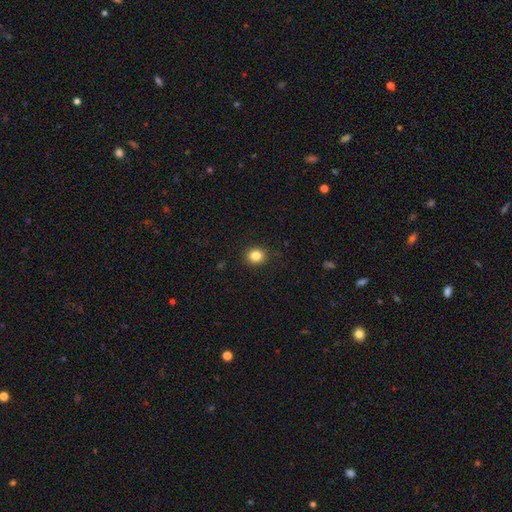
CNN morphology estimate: type=smooth (84%); roundness=round (79%); merging=none (90%).